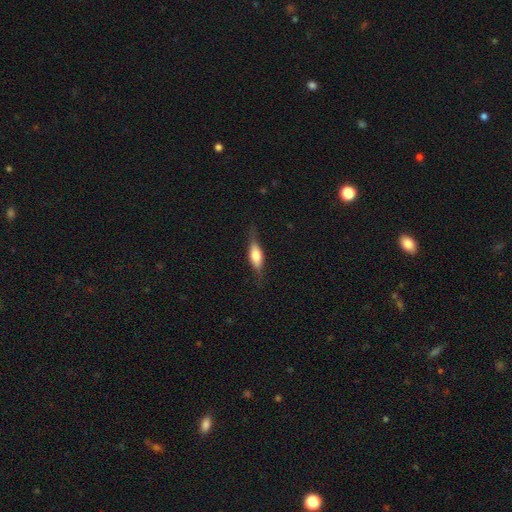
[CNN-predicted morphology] This appears to be a smooth galaxy with no disk features (58%) that is in between round and cigar-shaped (62%). Merging: none (75%).